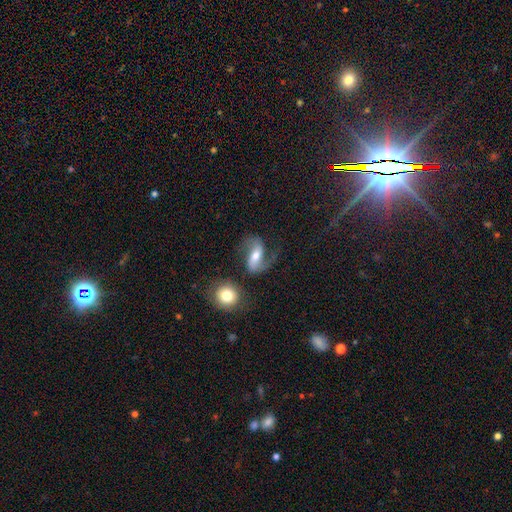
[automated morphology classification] Smooth or featured?
  - featured or disk: 74% *
  - smooth: 19%
  - star or artifact: 7%
Edge-on disk?
  - no: 96% *
  - yes: 4%
Bar?
  - strong: 39% *
  - weak: 37%
  - no: 24%
Spiral arms?
  - yes: 93% *
  - no: 7%
Spiral winding?
  - loose: 60% *
  - medium: 32%
  - tight: 8%
Spiral arm count?
  - 2: 82% *
  - 1: 12%
  - can't tell: 3%
  - 3: 1%
  - 4: 1%
  - more than 4: 1%
Bulge size?
  - moderate: 63% *
  - small: 24%
  - large: 9%
  - none: 2%
  - dominant: 2%
Merging?
  - none: 54% *
  - major disturbance: 20%
  - minor disturbance: 17%
  - merger: 9%